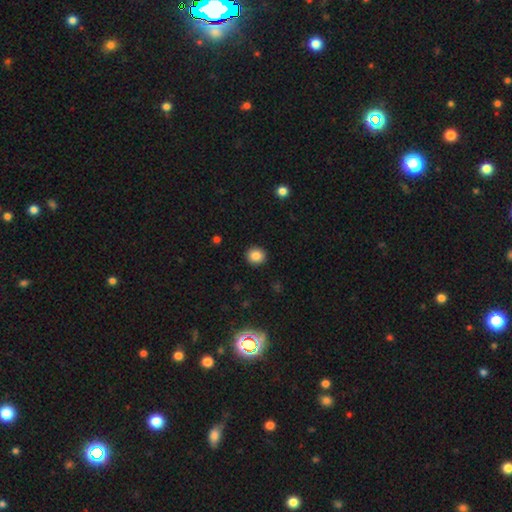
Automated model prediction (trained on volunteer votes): smooth 85%, star or artifact 10%, featured or disk 5%. Down the decision tree: how rounded — round (87%); merging — none (92%).